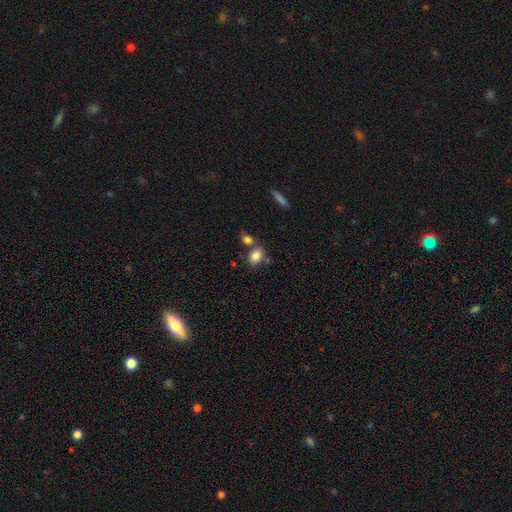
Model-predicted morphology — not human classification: smooth 84%, star or artifact 9%, featured or disk 8%. Down the decision tree: how rounded — in between (78%); merging — none (58%).